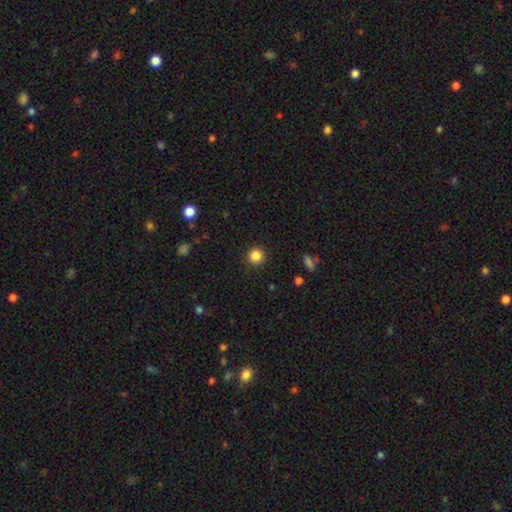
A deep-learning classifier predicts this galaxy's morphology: smooth 85%, star or artifact 11%, featured or disk 4%. Down the decision tree: how rounded — round (93%); merging — none (91%).